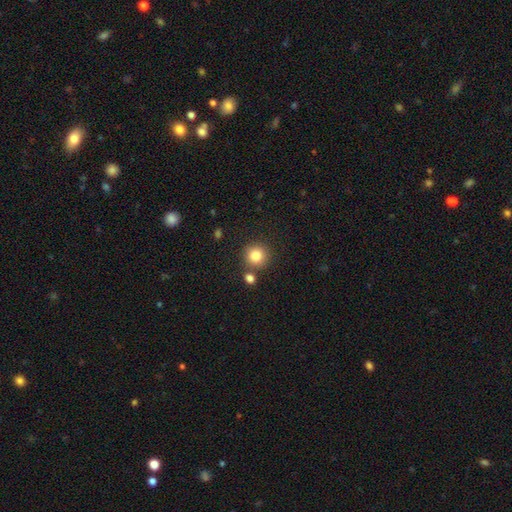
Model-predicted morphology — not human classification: smooth-or-featured: smooth: 85% | star or artifact: 10% | featured or disk: 5%
  how-rounded: round: 92% | in between: 7% | cigar-shaped: 1%
  merging: none: 77% | merger: 11% | minor disturbance: 9% | major disturbance: 3%